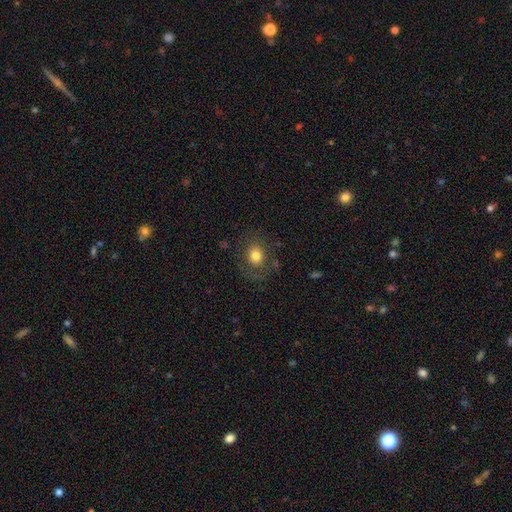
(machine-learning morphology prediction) A smooth galaxy with no disk features (73%) that is round (67%). Merging: none (74%).